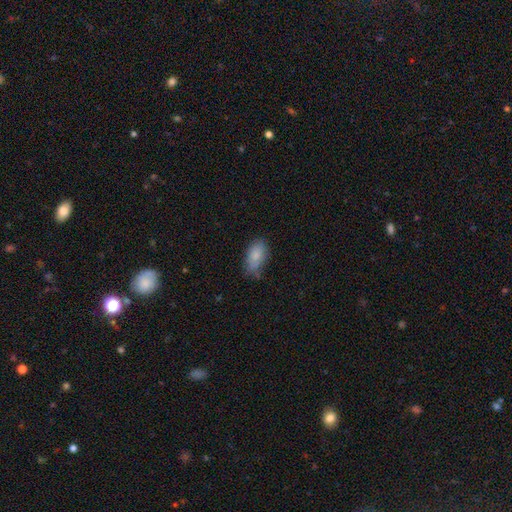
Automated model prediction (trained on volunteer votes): Smooth or featured? smooth (84%)
How rounded? in between (92%)
Merging? none (62%)